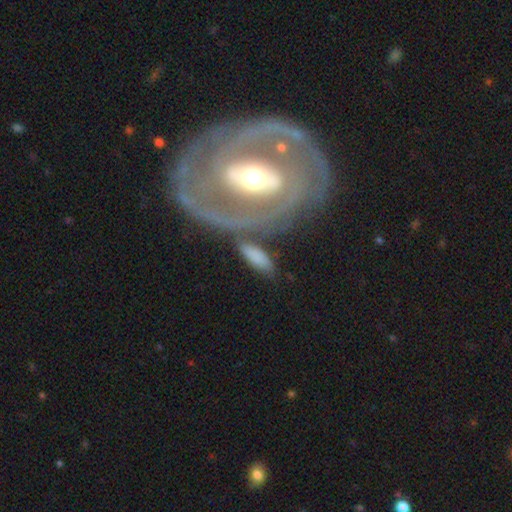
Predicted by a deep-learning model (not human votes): Morphology: type=smooth (67%); roundness=in between (66%); merging=none (59%).